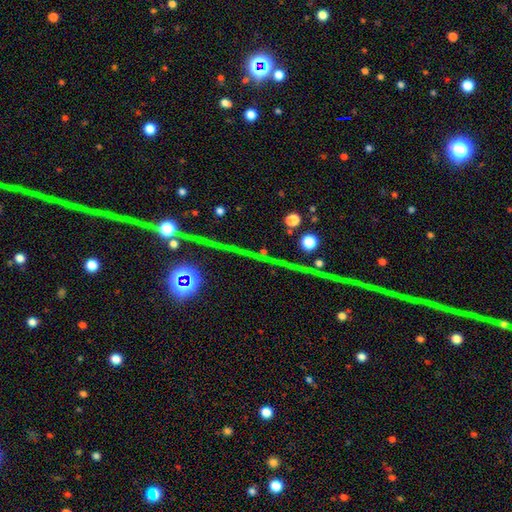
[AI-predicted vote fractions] Smooth or featured?
  - star or artifact: 76% *
  - featured or disk: 14%
  - smooth: 10%